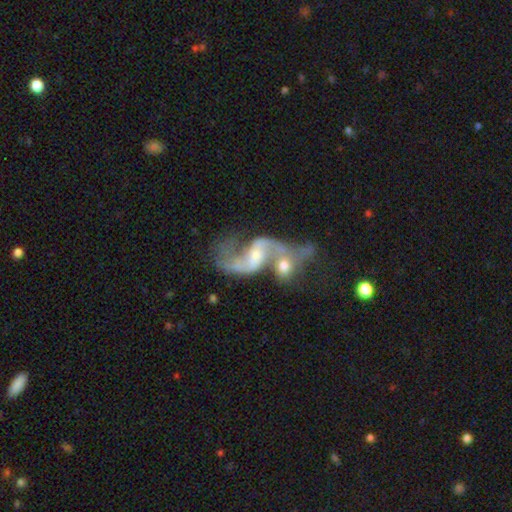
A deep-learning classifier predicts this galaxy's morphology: type=featured or disk (84%); edge-on=no (97%); bar=weak (42%); spiral arms=yes (90%); winding=loose (78%); arm count=2 (87%); bulge=small (45%); merging=merger (61%).